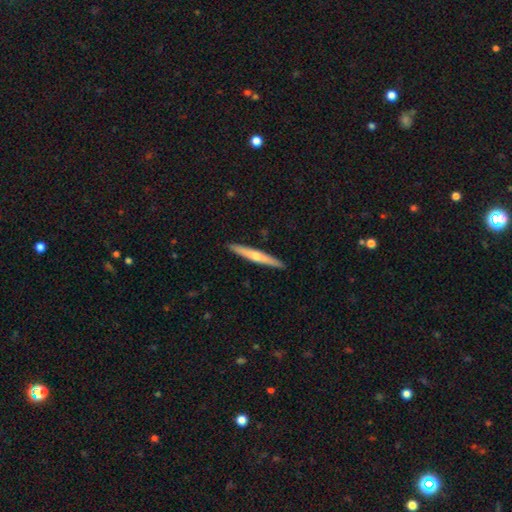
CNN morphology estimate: featured or disk 58%, smooth 36%, star or artifact 6%. Down the decision tree: edge-on disk — yes (97%); edge-on bulge — rounded (78%); merging — none (92%).